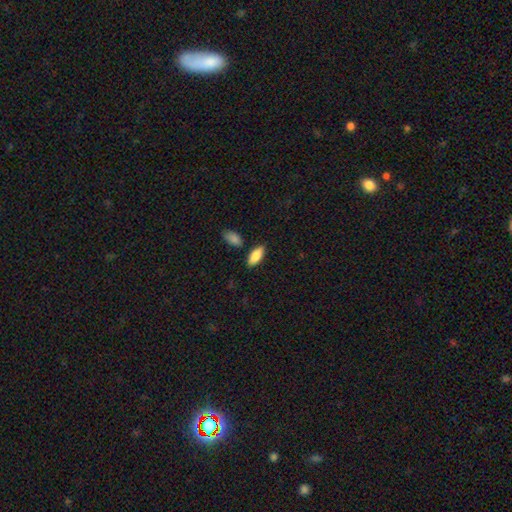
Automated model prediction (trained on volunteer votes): smooth-or-featured: smooth: 85% | featured or disk: 9% | star or artifact: 6%
  how-rounded: in between: 84% | cigar-shaped: 13% | round: 2%
  merging: none: 82% | minor disturbance: 11% | merger: 5% | major disturbance: 2%